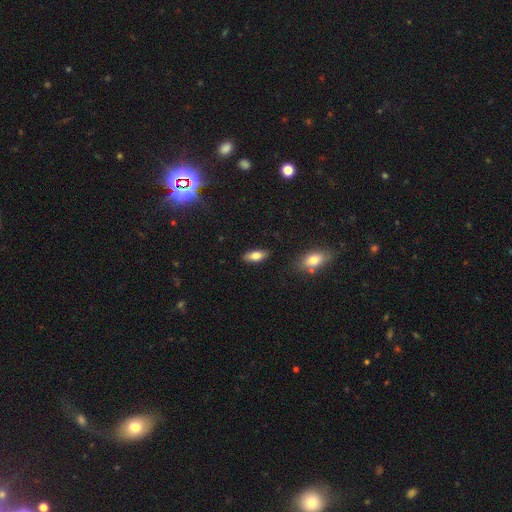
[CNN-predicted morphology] A smooth galaxy with no disk features (78%) that is in between round and cigar-shaped (82%).

Vote fractions:
- Smooth or featured? smooth: 78% / featured or disk: 15% / star or artifact: 7%
- How rounded? in between: 82% / cigar-shaped: 15% / round: 3%
- Merging? none: 86% / minor disturbance: 10% / major disturbance: 2% / merger: 2%